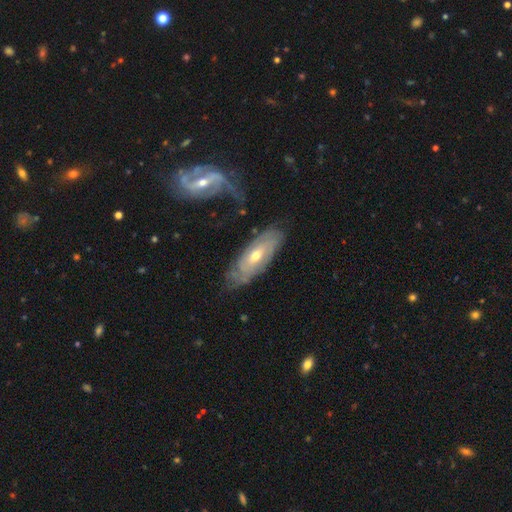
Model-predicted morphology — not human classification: Q: Smooth or featured?
A: featured or disk (71%); runner-up: smooth (22%)
Q: Edge-on disk?
A: no (82%); runner-up: yes (18%)
Q: Bar?
A: no (62%); runner-up: weak (28%)
Q: Spiral arms?
A: yes (76%); runner-up: no (24%)
Q: Bulge size?
A: moderate (59%); runner-up: small (37%)
Q: Merging?
A: none (65%); runner-up: minor disturbance (22%)